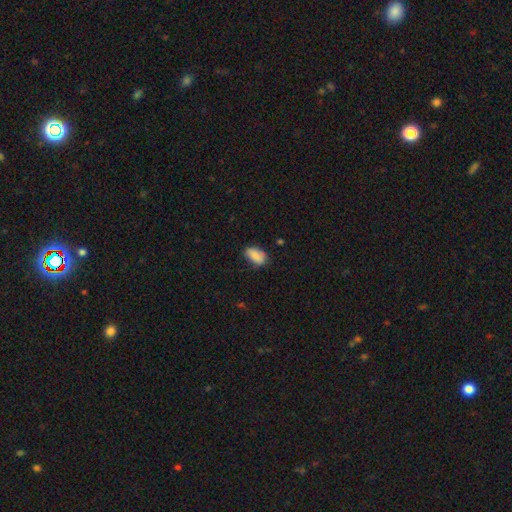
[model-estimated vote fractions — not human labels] This appears to be a smooth galaxy with no disk features (86%) that is in between round and cigar-shaped (92%). Merging: none (69%).